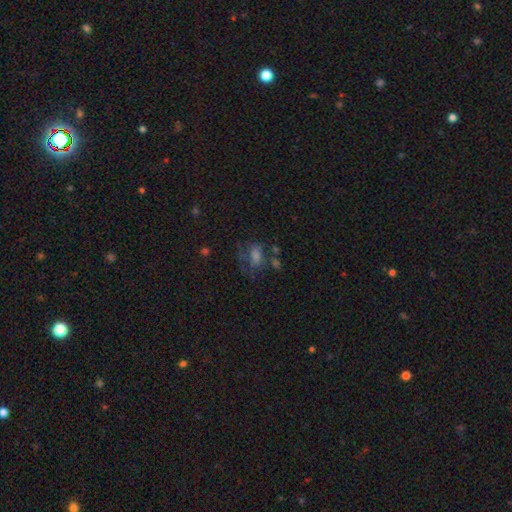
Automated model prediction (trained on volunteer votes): The model was most divided on "smooth or featured": smooth: 40%, star or artifact: 30%, featured or disk: 30%. Remaining: merging — none (44%).